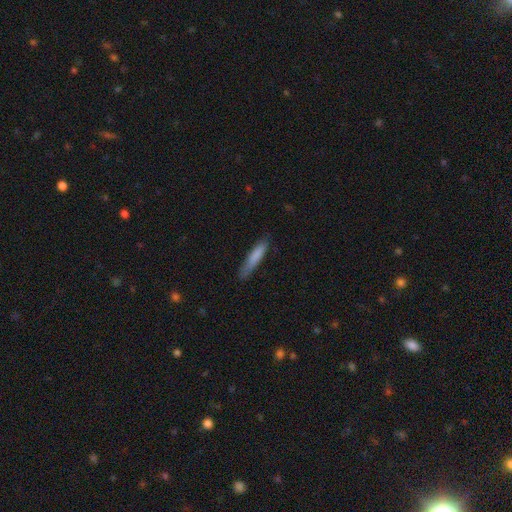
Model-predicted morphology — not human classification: smooth 79%, featured or disk 15%, star or artifact 6%. Down the decision tree: how rounded — cigar-shaped (86%); merging — none (73%).